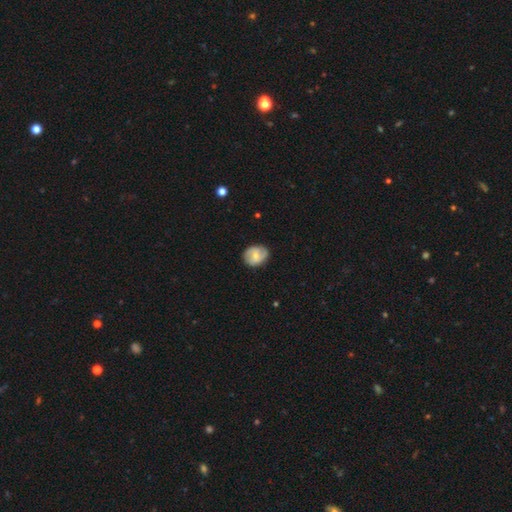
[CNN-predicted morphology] Smooth or featured?
  - featured or disk: 48% *
  - smooth: 45%
  - star or artifact: 7%
Merging?
  - none: 78% *
  - minor disturbance: 17%
  - major disturbance: 4%
  - merger: 1%